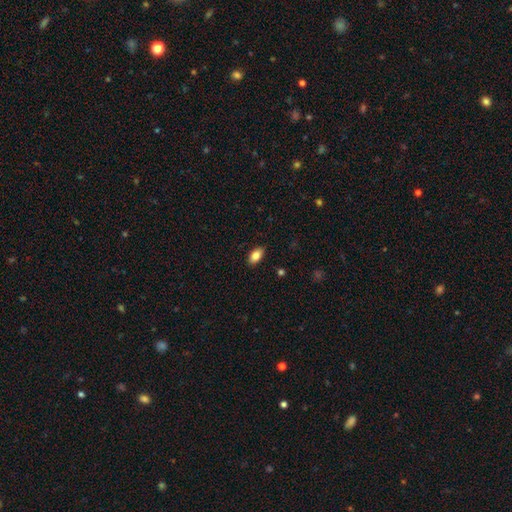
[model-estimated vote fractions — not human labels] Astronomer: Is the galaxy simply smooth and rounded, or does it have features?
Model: smooth — 83%.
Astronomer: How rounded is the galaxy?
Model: in between — 91%.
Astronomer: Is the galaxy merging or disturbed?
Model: none — 87%.